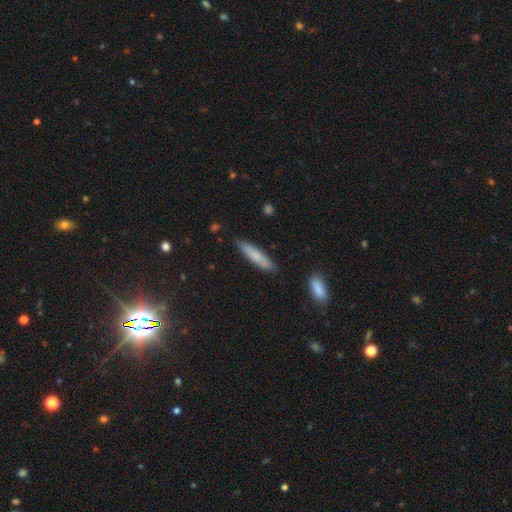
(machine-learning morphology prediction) A smooth galaxy with no disk features (76%) that is cigar-shaped (81%). Merging: none (84%).